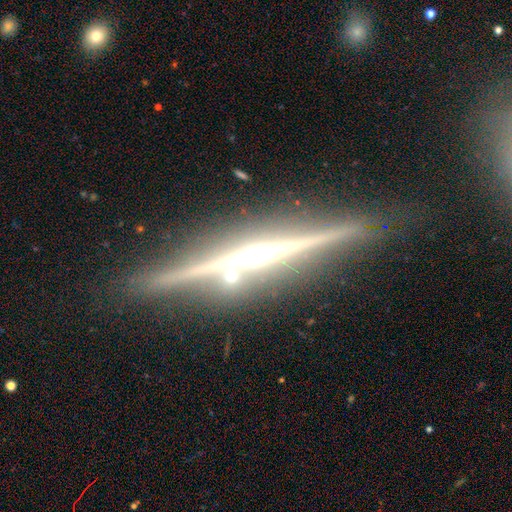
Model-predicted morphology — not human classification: This appears to be a featured or disk galaxy (87%) viewed edge-on (98%) with a rounded central bulge (68%). Merging: none (85%).